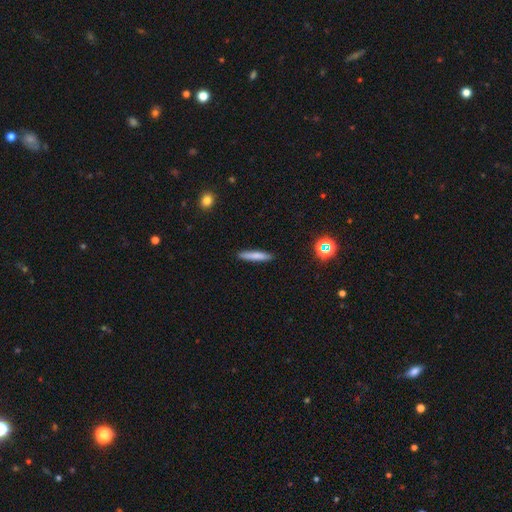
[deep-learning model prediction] Smooth or featured? smooth (76%)
How rounded? cigar-shaped (91%)
Merging? none (90%)